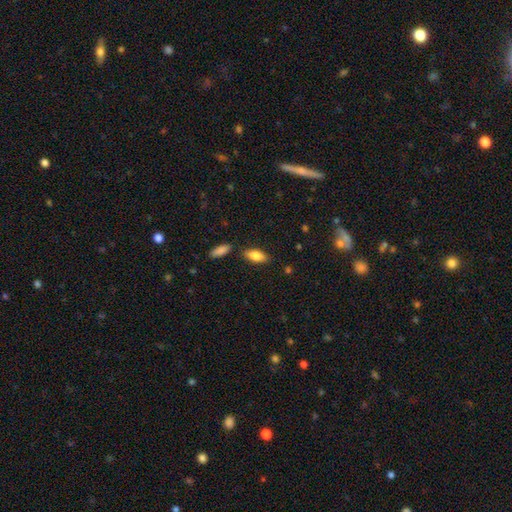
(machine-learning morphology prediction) Smooth or featured? Predicted: smooth (p=0.80). How rounded? Predicted: in between (p=0.81). Merging? Predicted: none (p=0.82).